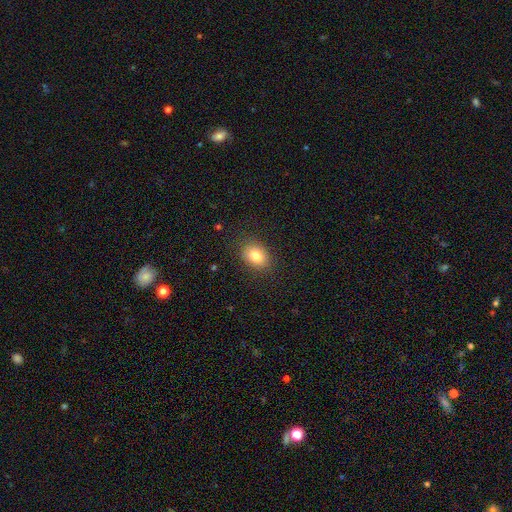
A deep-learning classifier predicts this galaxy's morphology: smooth-or-featured: smooth: 82% | star or artifact: 10% | featured or disk: 9%
  how-rounded: in between: 65% | round: 34% | cigar-shaped: 1%
  merging: none: 86% | minor disturbance: 10% | major disturbance: 3% | merger: 1%